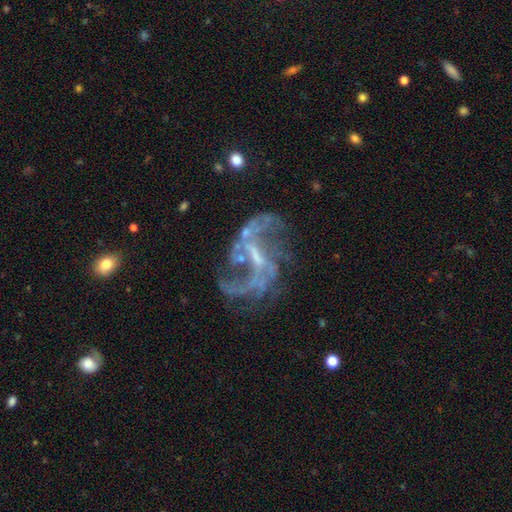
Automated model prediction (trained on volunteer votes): This is clearly a featured or disk galaxy (83%). It is clearly not viewed edge-on (97%). Bar: possibly weak (47%). Spiral arm pattern: clearly yes (87%). Spiral arm count: possibly 2 (50%). Spiral winding: possibly loose (60%). Central bulge: possibly small (46%). Merging: possibly none (51%).